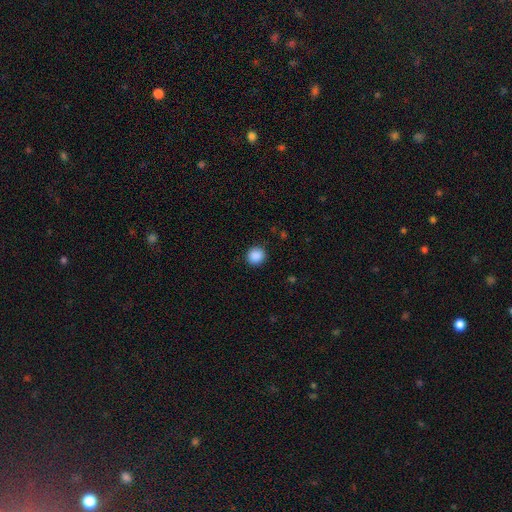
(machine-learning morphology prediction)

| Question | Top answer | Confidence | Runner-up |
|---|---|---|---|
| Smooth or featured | smooth | 89% | star or artifact (9%) |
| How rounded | round | 92% | in between (7%) |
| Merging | none | 91% | minor disturbance (6%) |